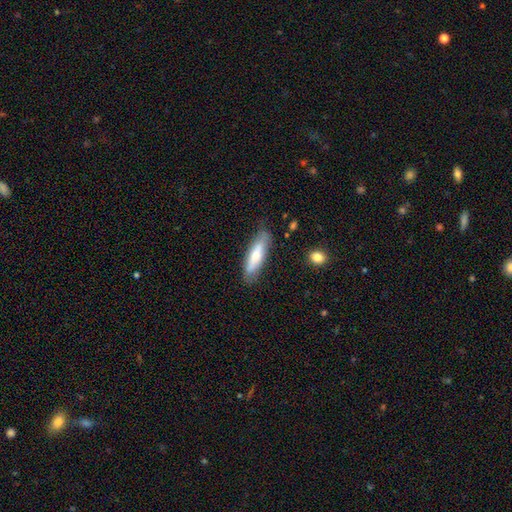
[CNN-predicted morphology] Smooth or featured: smooth — 61% (featured or disk — 33%)
How rounded: cigar-shaped — 68% (in between — 30%)
Merging: none — 80% (minor disturbance — 15%)